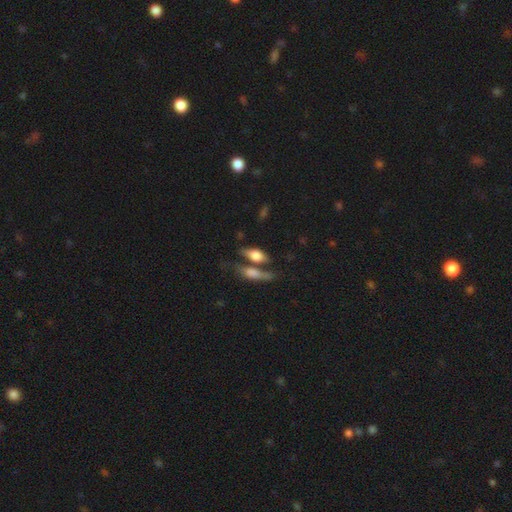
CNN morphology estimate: smooth_or_featured: smooth (p=0.63) [alt: featured or disk p=0.29]
how_rounded: in between (p=0.72) [alt: cigar-shaped p=0.22]
merging: none (p=0.47) [alt: merger p=0.32]